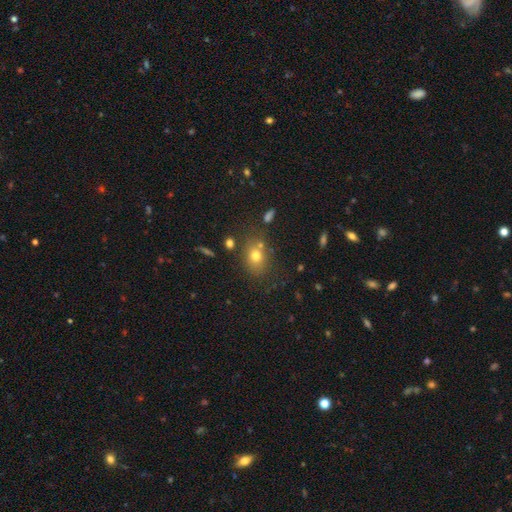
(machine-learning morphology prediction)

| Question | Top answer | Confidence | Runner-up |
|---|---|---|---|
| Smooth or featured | smooth | 72% | star or artifact (15%) |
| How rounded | round | 54% | in between (45%) |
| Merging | none | 67% | minor disturbance (14%) |